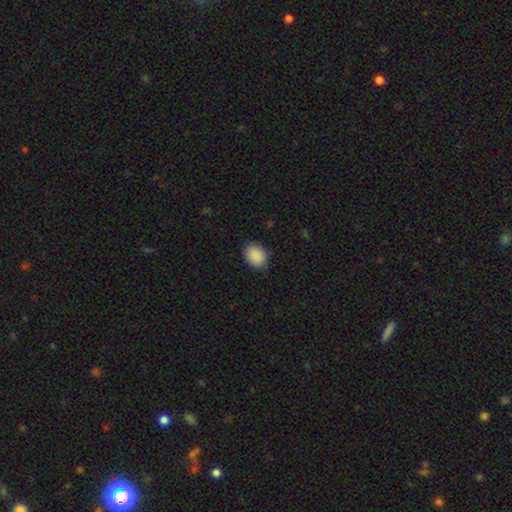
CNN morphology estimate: A smooth galaxy with no disk features (90%) that is in between round and cigar-shaped (54%).

Vote fractions:
- Smooth or featured? smooth: 90% / star or artifact: 7% / featured or disk: 3%
- How rounded? in between: 54% / round: 45% / cigar-shaped: 1%
- Merging? none: 86% / minor disturbance: 11% / major disturbance: 2% / merger: 1%